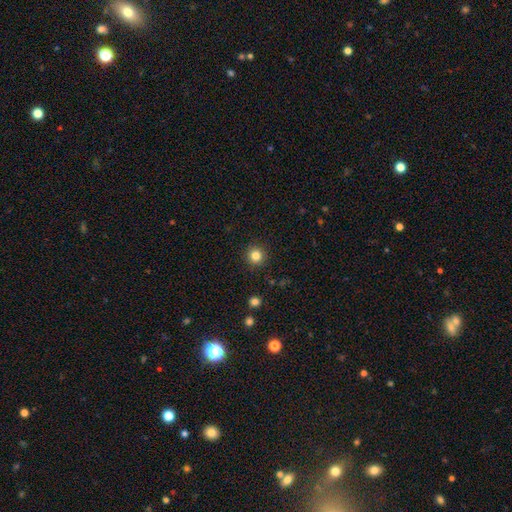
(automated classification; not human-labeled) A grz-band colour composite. It shows a smooth galaxy with no disk features (83%) that is round (94%). Merging: none (92%).